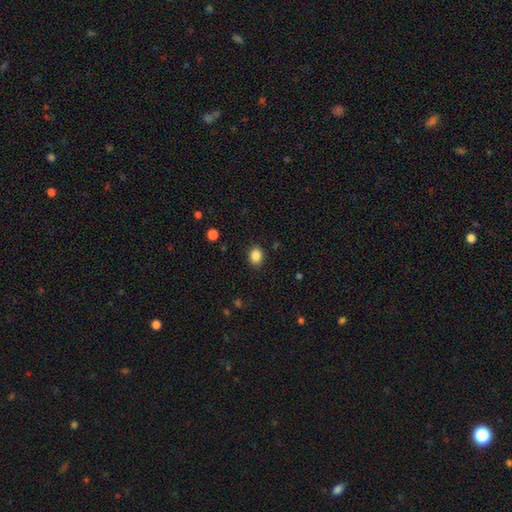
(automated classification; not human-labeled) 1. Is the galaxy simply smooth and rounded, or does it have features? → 87% smooth, 10% star or artifact, 3% featured or disk.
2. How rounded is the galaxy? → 52% in between, 47% round, 1% cigar-shaped.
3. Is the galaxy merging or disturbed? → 88% none, 8% minor disturbance, 3% major disturbance, 1% merger.